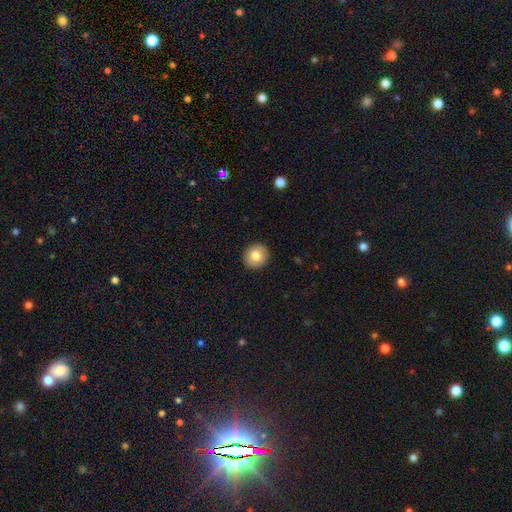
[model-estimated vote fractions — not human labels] smooth-or-featured: smooth: 78% | featured or disk: 15% | star or artifact: 8%
  how-rounded: round: 88% | in between: 11% | cigar-shaped: 1%
  merging: none: 91% | minor disturbance: 6% | major disturbance: 2% | merger: 1%